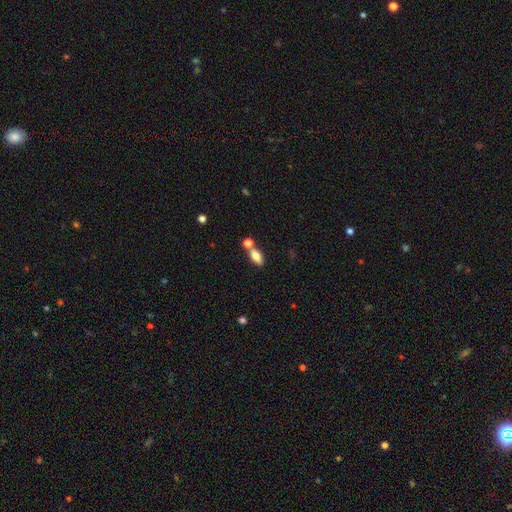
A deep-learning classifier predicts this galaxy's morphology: smooth-or-featured: smooth: 79% | featured or disk: 12% | star or artifact: 8%
  how-rounded: in between: 84% | cigar-shaped: 9% | round: 7%
  merging: none: 54% | merger: 32% | minor disturbance: 10% | major disturbance: 4%